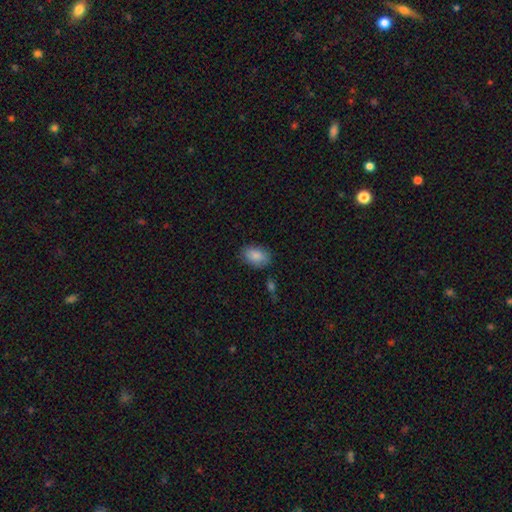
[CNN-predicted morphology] Smooth or featured? smooth (86%)
How rounded? in between (89%)
Merging? none (80%)